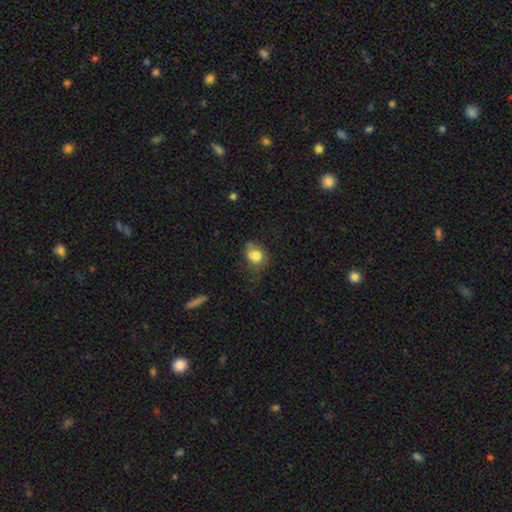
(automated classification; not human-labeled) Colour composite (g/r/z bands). It shows a smooth galaxy with no disk features (76%) that is in between round and cigar-shaped (54%). Merging: none (40%).